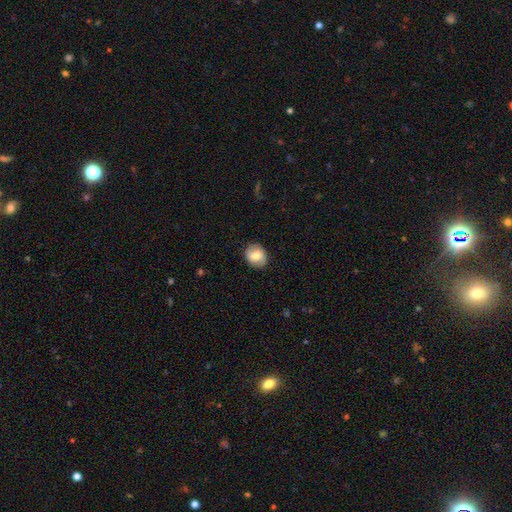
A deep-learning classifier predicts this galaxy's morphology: Overall: smooth (72%). How rounded: round (70%). Merging: none (86%).